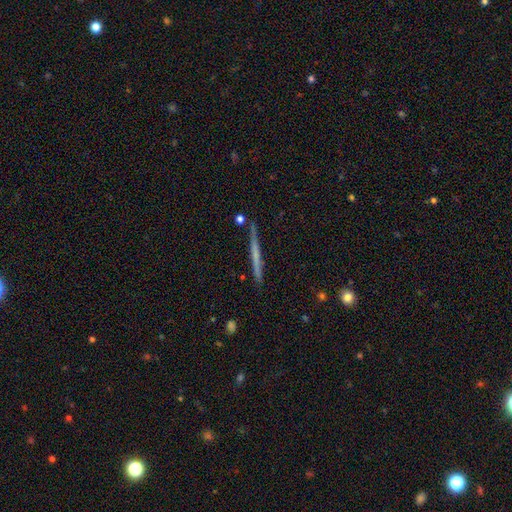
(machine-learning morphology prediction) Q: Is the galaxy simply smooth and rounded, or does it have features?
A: featured or disk — 52%.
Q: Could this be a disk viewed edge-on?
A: yes — 97%.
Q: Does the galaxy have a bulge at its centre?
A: none — 84%.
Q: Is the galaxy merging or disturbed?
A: none — 89%.